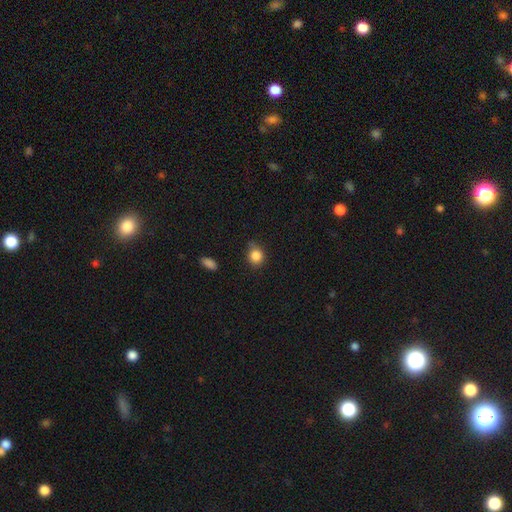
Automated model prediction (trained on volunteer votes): A smooth galaxy with no disk features (85%) that is round (76%). Merging: none (64%).